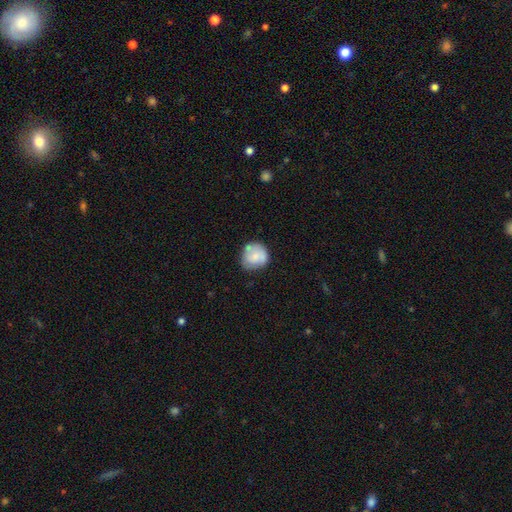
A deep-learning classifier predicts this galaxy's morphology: A smooth galaxy with no disk features (67%) that is round (82%). Merging: none (59%).